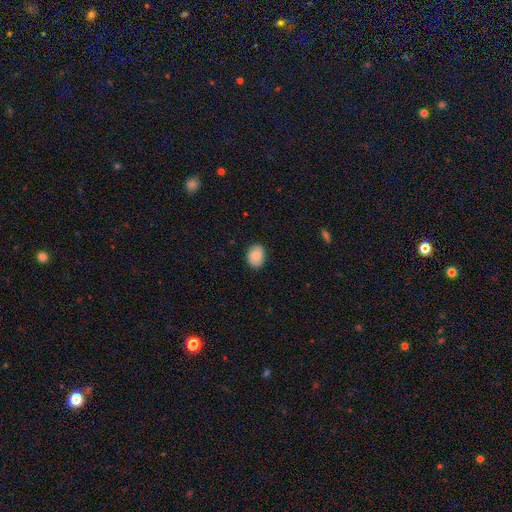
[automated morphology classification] Overall: smooth (83%). How rounded: in between (64%; round 35%). Merging: none (86%).